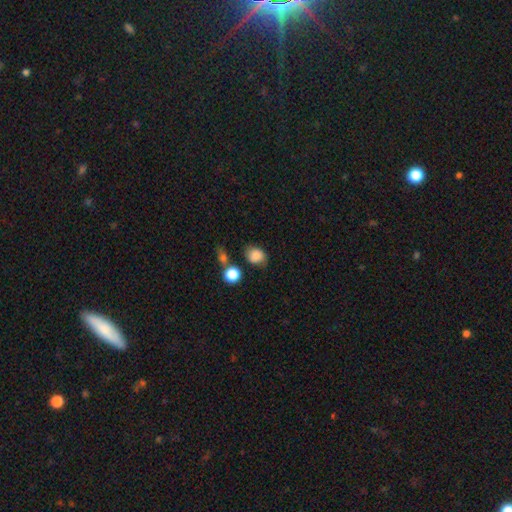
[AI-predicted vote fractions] A smooth galaxy with no disk features (82%) that is round (51%).

Vote fractions:
- Smooth or featured? smooth: 82% / star or artifact: 10% / featured or disk: 8%
- How rounded? round: 51% / in between: 48% / cigar-shaped: 1%
- Merging? none: 64% / minor disturbance: 21% / merger: 8% / major disturbance: 7%